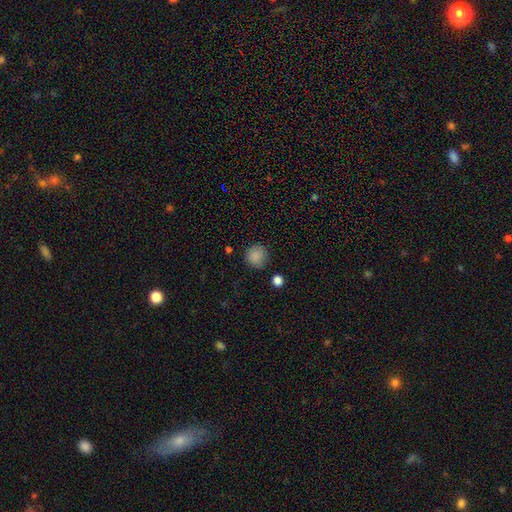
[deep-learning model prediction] smooth-or-featured: smooth: 86% | star or artifact: 10% | featured or disk: 4%
  how-rounded: round: 91% | in between: 8% | cigar-shaped: 1%
  merging: none: 82% | minor disturbance: 12% | major disturbance: 3% | merger: 3%